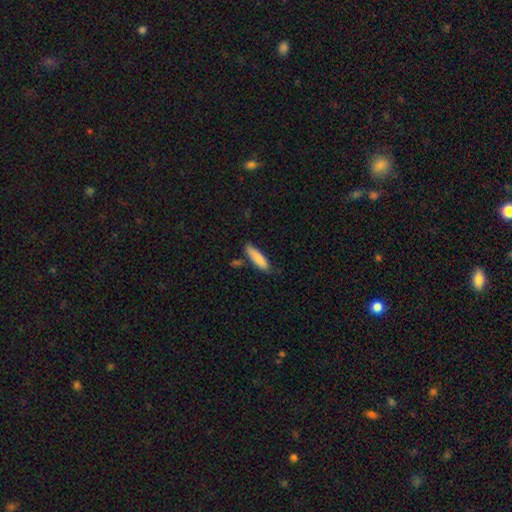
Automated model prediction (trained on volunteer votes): This is clearly a smooth galaxy (85%). How rounded: likely cigar-shaped (69%). Merging: likely none (75%).